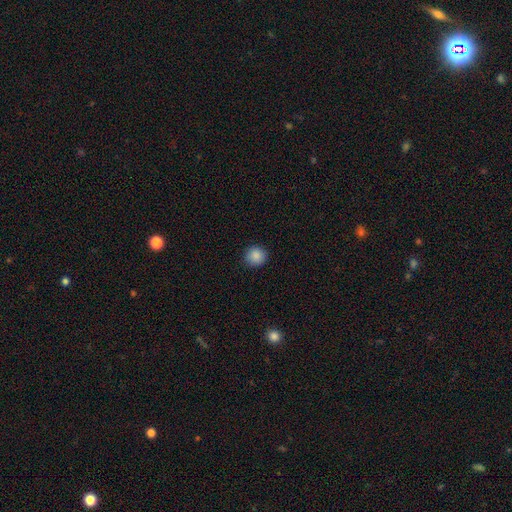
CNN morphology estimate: Overall: smooth (87%). How rounded: round (93%). Merging: none (90%).